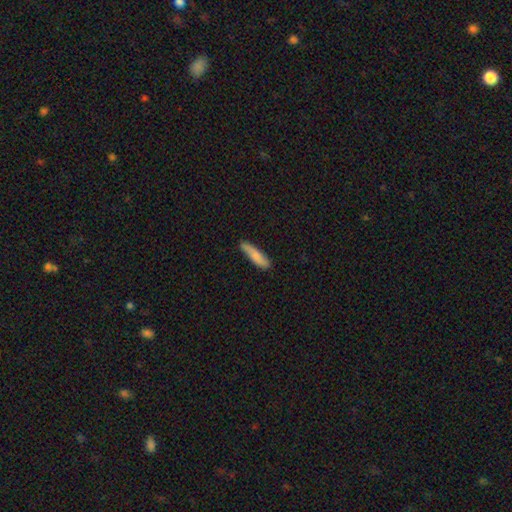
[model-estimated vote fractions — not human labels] This appears to be a smooth galaxy with no disk features (77%) that is cigar-shaped (72%). Merging: none (79%).